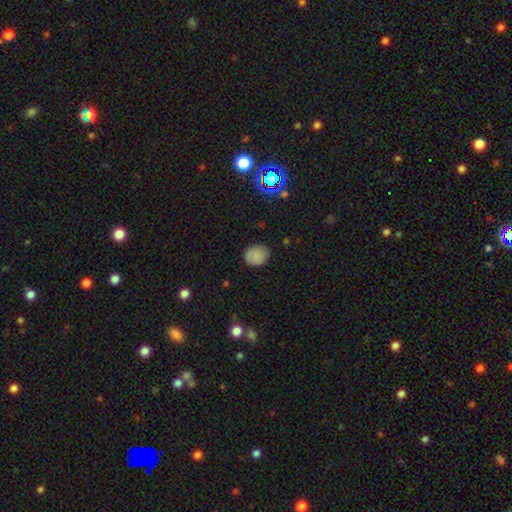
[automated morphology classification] smooth_or_featured: smooth (p=0.82) [alt: star or artifact p=0.11]
how_rounded: round (p=0.62) [alt: in between p=0.37]
merging: none (p=0.81) [alt: minor disturbance p=0.15]